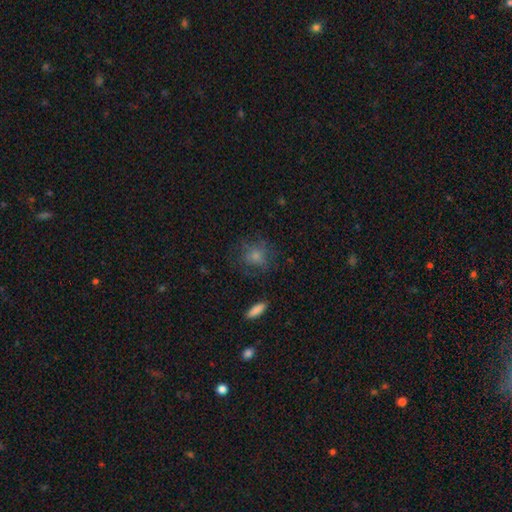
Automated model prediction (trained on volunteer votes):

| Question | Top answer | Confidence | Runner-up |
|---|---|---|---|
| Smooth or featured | smooth | 56% | featured or disk (24%) |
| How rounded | round | 74% | in between (24%) |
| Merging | none | 71% | minor disturbance (17%) |